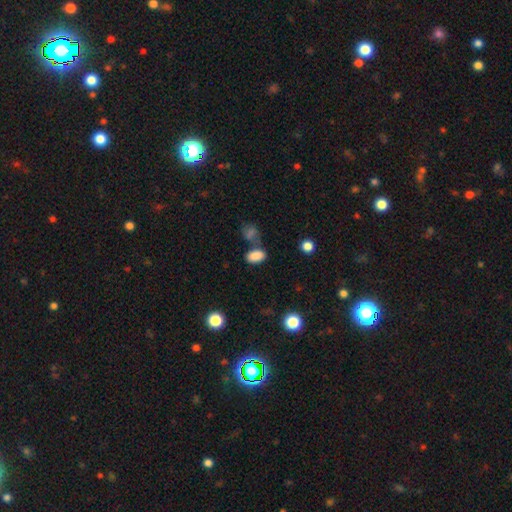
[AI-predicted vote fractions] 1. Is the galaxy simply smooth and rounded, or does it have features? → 85% smooth, 10% star or artifact, 5% featured or disk.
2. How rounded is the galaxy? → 90% in between, 8% round, 2% cigar-shaped.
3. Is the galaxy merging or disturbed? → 62% none, 18% merger, 15% minor disturbance, 5% major disturbance.